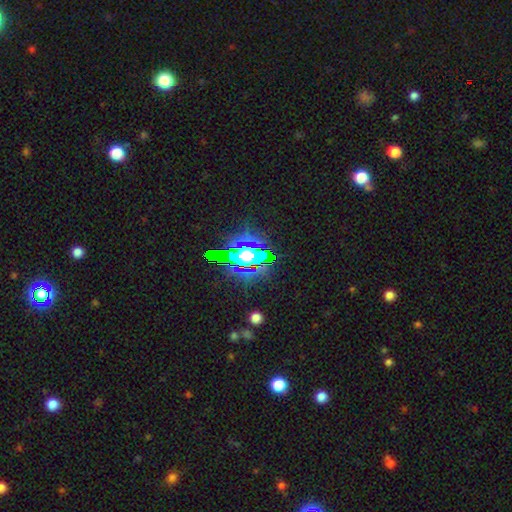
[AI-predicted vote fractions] This is possibly a star or artifact rather than a galaxy (55%).